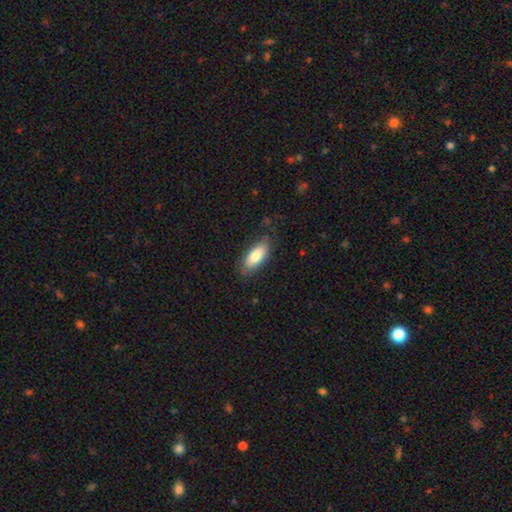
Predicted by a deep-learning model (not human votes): Morphology: type=smooth (79%); roundness=in between (83%); merging=none (76%).